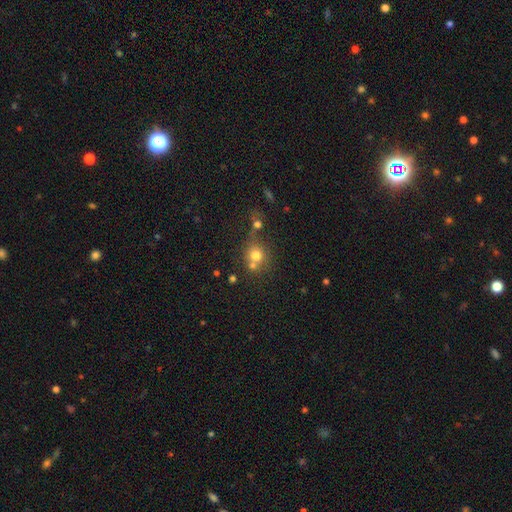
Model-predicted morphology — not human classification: Smooth or featured? Predicted: smooth (p=0.73). How rounded? Predicted: round (p=0.82). Merging? Predicted: none (p=0.47).